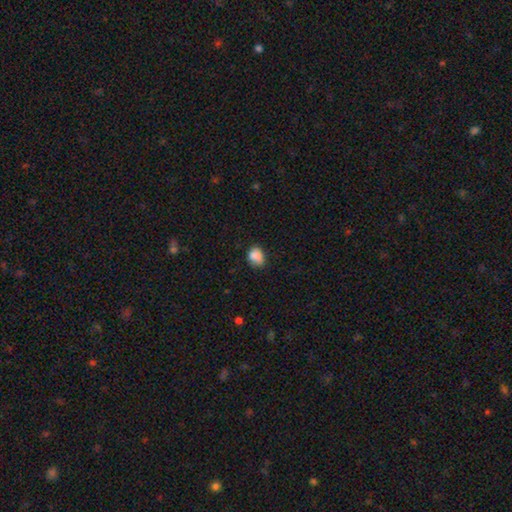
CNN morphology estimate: smooth 84%, star or artifact 9%, featured or disk 6%. Down the decision tree: how rounded — in between (54%); merging — none (61%).